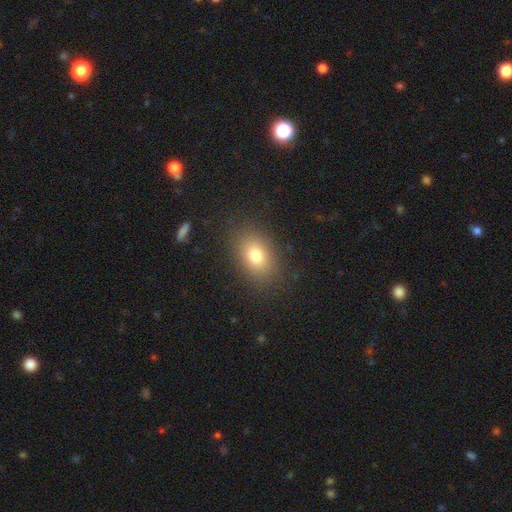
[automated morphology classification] smooth 77%, star or artifact 12%, featured or disk 11%. Down the decision tree: how rounded — in between (77%); merging — none (85%).